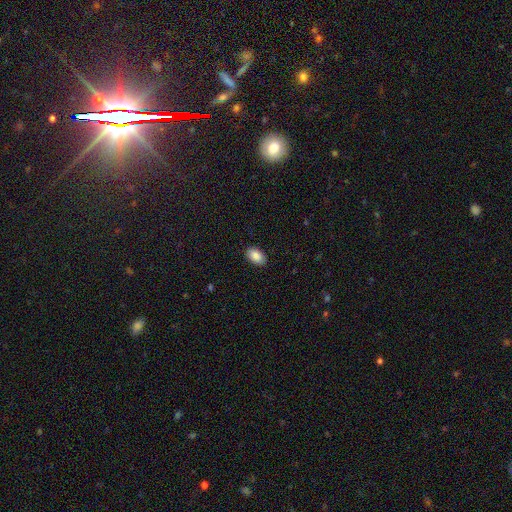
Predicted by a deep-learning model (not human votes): Smooth or featured? smooth (89%)
How rounded? in between (93%)
Merging? none (89%)